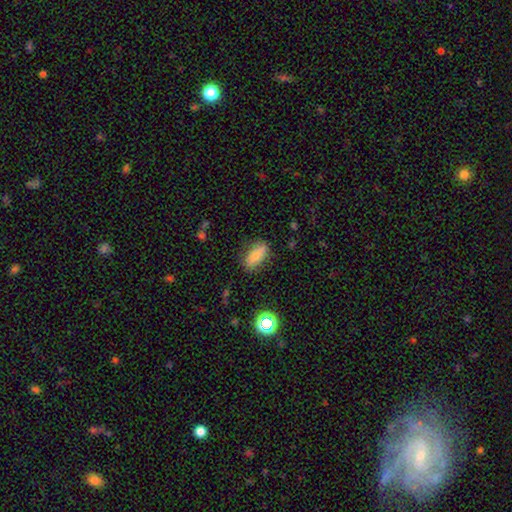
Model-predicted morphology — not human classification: Smooth or featured: smooth — 73% (featured or disk — 17%)
How rounded: in between — 82% (cigar-shaped — 12%)
Merging: none — 78% (minor disturbance — 15%)